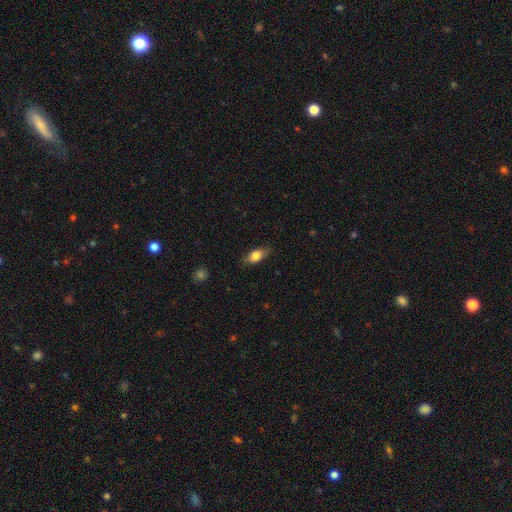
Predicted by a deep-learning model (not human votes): Smooth or featured? Predicted: smooth (p=0.78). How rounded? Predicted: in between (p=0.84). Merging? Predicted: none (p=0.81).